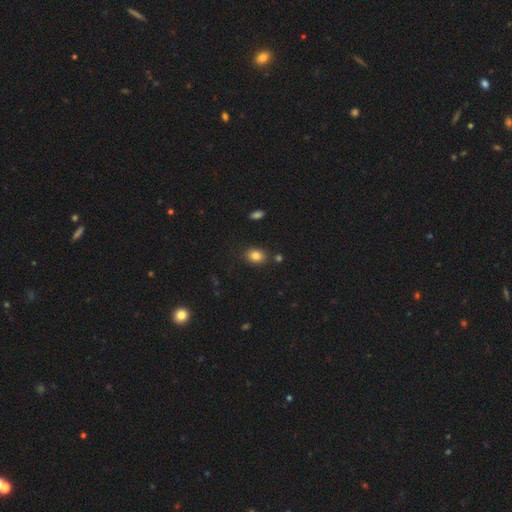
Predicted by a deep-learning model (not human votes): Smooth or featured? smooth (83%)
How rounded? in between (64%)
Merging? none (83%)